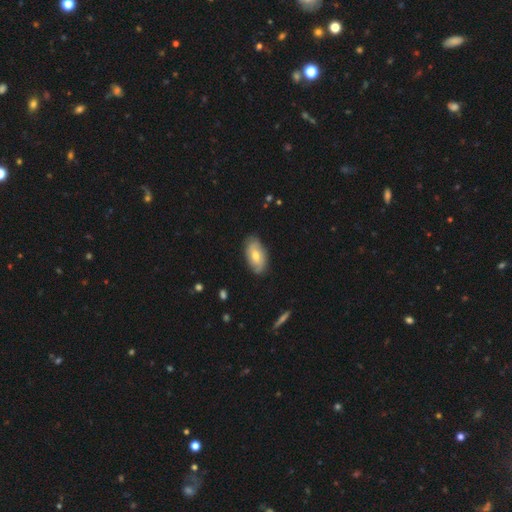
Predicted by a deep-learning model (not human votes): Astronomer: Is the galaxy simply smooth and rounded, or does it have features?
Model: smooth — 53% (runner-up: featured or disk, 40%).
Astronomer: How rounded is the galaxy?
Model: in between — 92%.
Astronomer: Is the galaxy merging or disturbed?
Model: none — 82%.